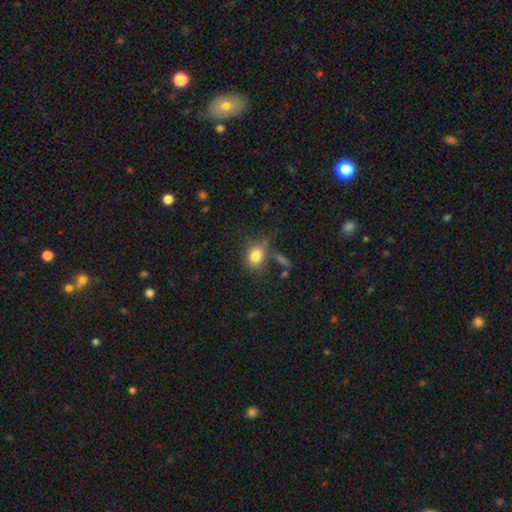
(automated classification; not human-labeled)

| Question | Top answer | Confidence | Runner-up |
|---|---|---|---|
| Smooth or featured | smooth | 81% | star or artifact (11%) |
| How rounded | in between | 49% | tied: round (49%) |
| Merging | none | 65% | minor disturbance (19%) |